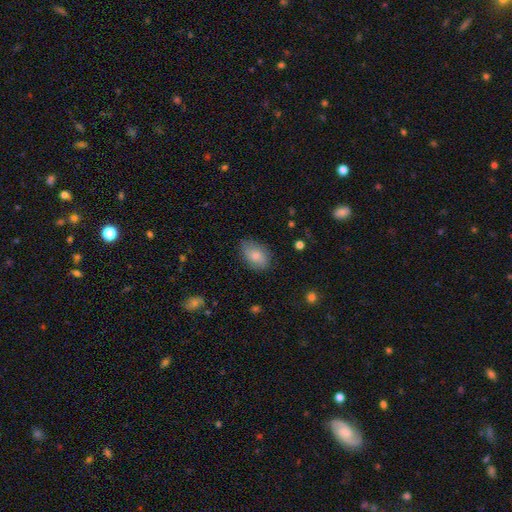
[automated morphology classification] Q: Smooth or featured?
A: smooth (76%); runner-up: featured or disk (17%)
Q: How rounded?
A: in between (86%); runner-up: round (13%)
Q: Merging?
A: none (76%); runner-up: minor disturbance (19%)